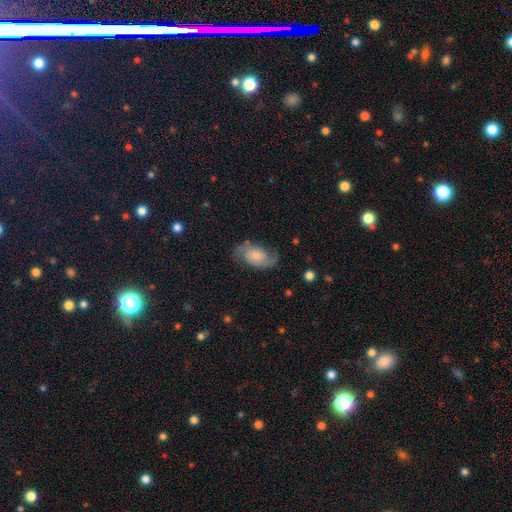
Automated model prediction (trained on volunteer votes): Smooth or featured? featured or disk (71%)
Edge-on disk? no (97%)
Bar? no (67%)
Spiral arms? yes (93%)
Spiral winding? medium (46%)
Spiral arm count? 2 (91%)
Bulge size? small (28%)
Merging? none (75%)